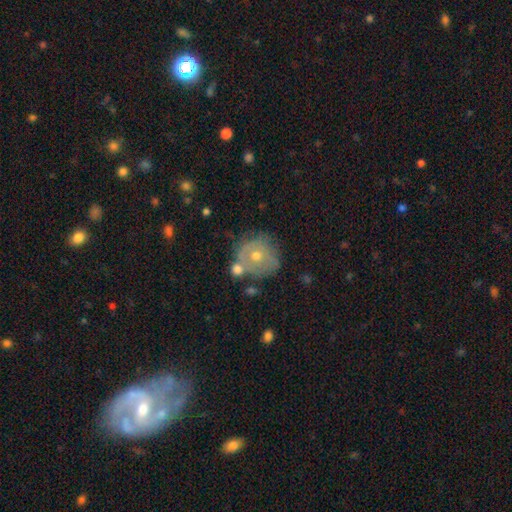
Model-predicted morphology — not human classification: smooth-or-featured: featured or disk: 47% | smooth: 44% | star or artifact: 9%
  merging: none: 54% | minor disturbance: 21% | merger: 16% | major disturbance: 9%